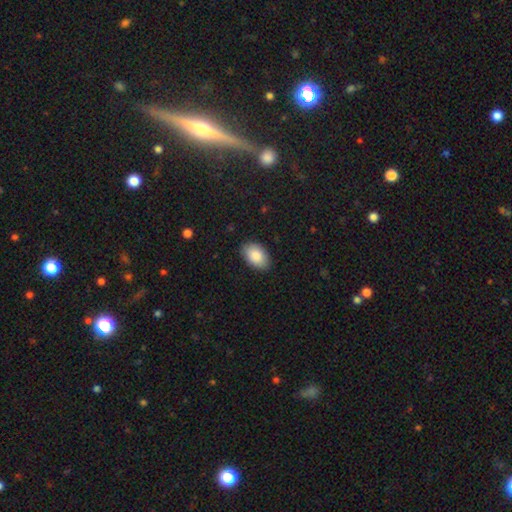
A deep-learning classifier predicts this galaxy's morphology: The model was most divided on "merging": none: 86%, minor disturbance: 11%, major disturbance: 2%, merger: 1%. More confident: how rounded — in between (91%); smooth or featured — smooth (87%).